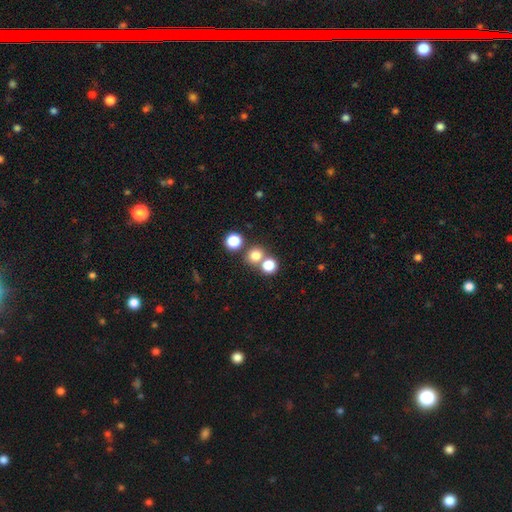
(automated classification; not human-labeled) Smooth or featured? Predicted: smooth (p=0.76). How rounded? Predicted: round (p=0.86). Merging? Predicted: none (p=0.61).